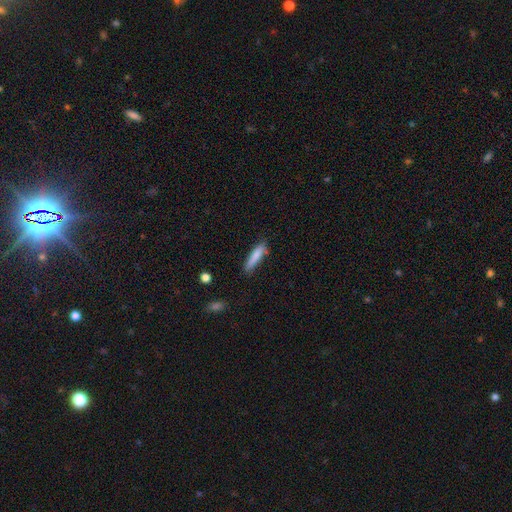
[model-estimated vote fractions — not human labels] Q: Smooth or featured?
A: smooth (82%); runner-up: featured or disk (11%)
Q: How rounded?
A: cigar-shaped (81%); runner-up: in between (17%)
Q: Merging?
A: none (72%); runner-up: minor disturbance (21%)